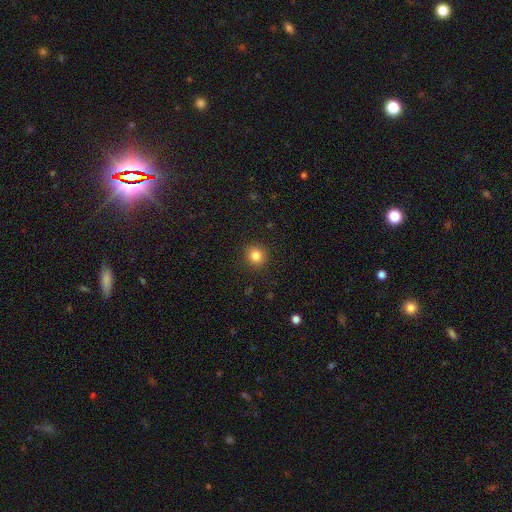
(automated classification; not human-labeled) Morphology: type=smooth (83%); roundness=round (90%); merging=none (91%).